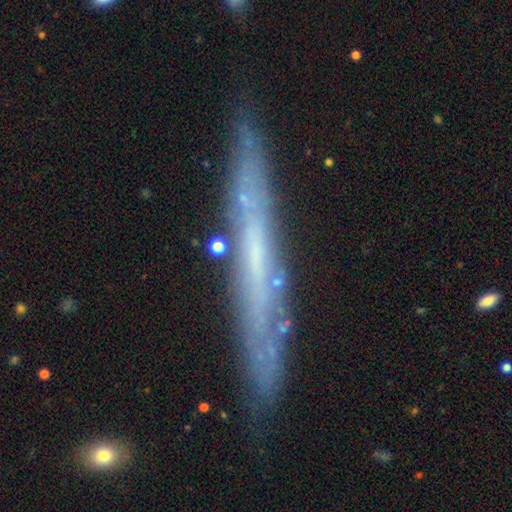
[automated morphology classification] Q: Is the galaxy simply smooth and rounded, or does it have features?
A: featured or disk — 68%.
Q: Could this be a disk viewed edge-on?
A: yes — 83%.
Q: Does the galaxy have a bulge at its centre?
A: none — 87%.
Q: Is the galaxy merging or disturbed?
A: none — 83%.